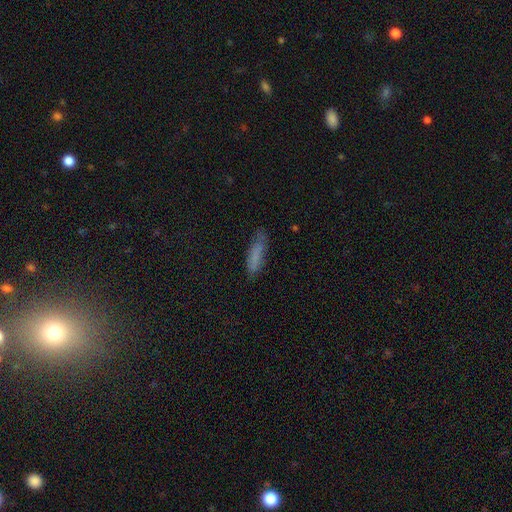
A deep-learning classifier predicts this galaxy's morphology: Smooth or featured: smooth — 75% (featured or disk — 15%)
How rounded: cigar-shaped — 64% (in between — 34%)
Merging: none — 65% (minor disturbance — 26%)